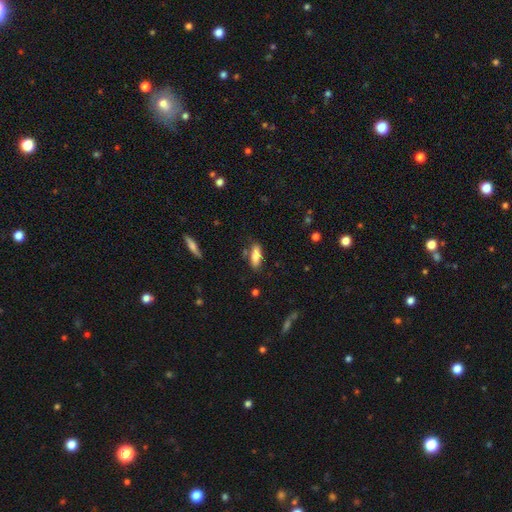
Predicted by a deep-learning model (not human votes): Smooth or featured: smooth — 78% (featured or disk — 15%)
How rounded: in between — 61% (cigar-shaped — 37%)
Merging: none — 77% (minor disturbance — 15%)